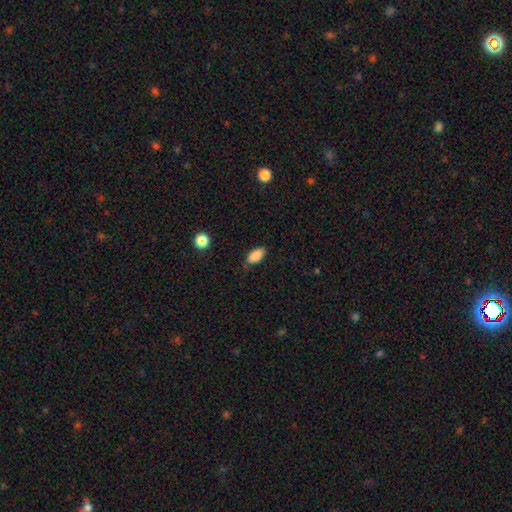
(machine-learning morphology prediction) A smooth galaxy with no disk features (87%) that is in between round and cigar-shaped (92%).

Vote fractions:
- Smooth or featured? smooth: 87% / star or artifact: 8% / featured or disk: 5%
- How rounded? in between: 92% / round: 4% / cigar-shaped: 4%
- Merging? none: 76% / minor disturbance: 19% / major disturbance: 4% / merger: 1%